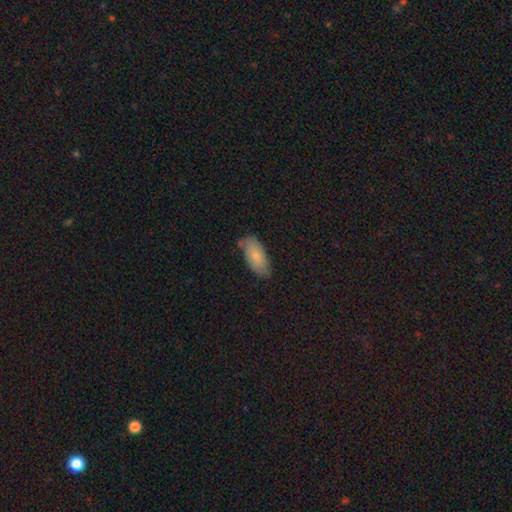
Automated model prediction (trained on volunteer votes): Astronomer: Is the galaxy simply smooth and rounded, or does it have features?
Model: smooth — 77%.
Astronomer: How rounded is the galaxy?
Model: in between — 90%.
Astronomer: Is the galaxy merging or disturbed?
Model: none — 68%.